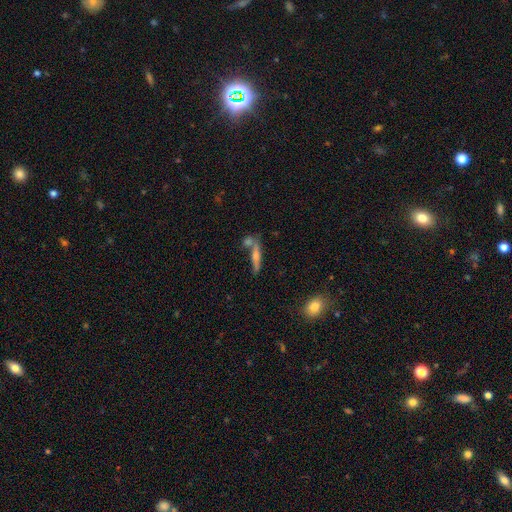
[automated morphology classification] This appears to be a featured or disk galaxy (51%) viewed edge-on (87%). Merging: none (55%).